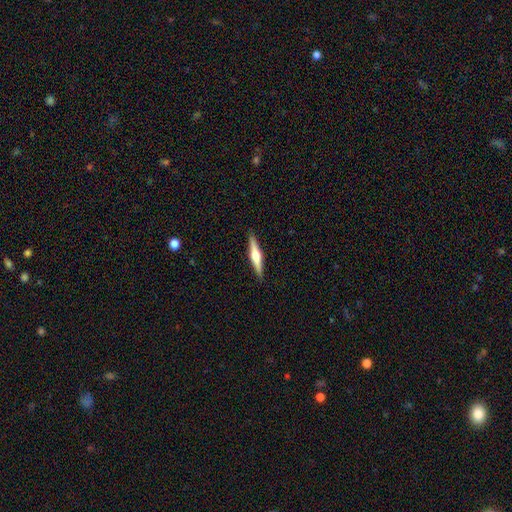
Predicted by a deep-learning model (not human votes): Smooth or featured? featured or disk (69%)
Edge-on disk? yes (98%)
Edge-on bulge? rounded (92%)
Merging? none (91%)